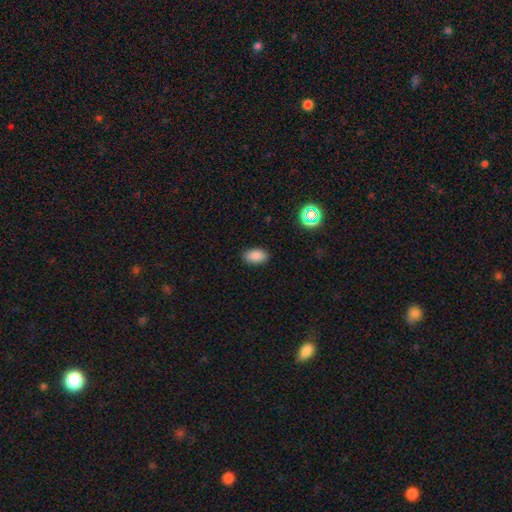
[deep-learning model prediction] A smooth galaxy with no disk features (85%) that is in between round and cigar-shaped (92%).

Vote fractions:
- Smooth or featured? smooth: 85% / star or artifact: 10% / featured or disk: 4%
- How rounded? in between: 92% / round: 6% / cigar-shaped: 2%
- Merging? none: 88% / minor disturbance: 9% / major disturbance: 2% / merger: 1%